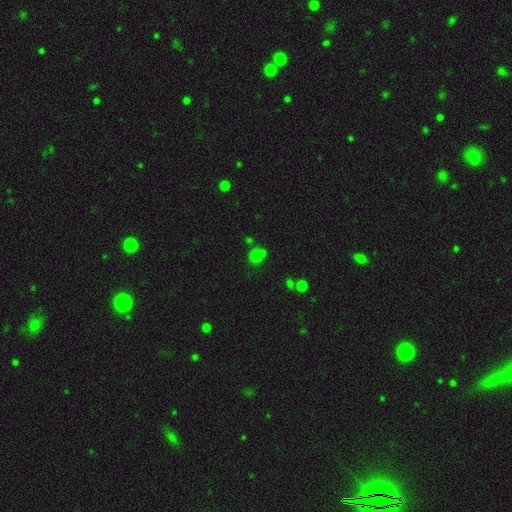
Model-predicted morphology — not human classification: Overall: smooth (64%; star or artifact 27%). How rounded: round (82%). Merging: none (51%; merger 36%).